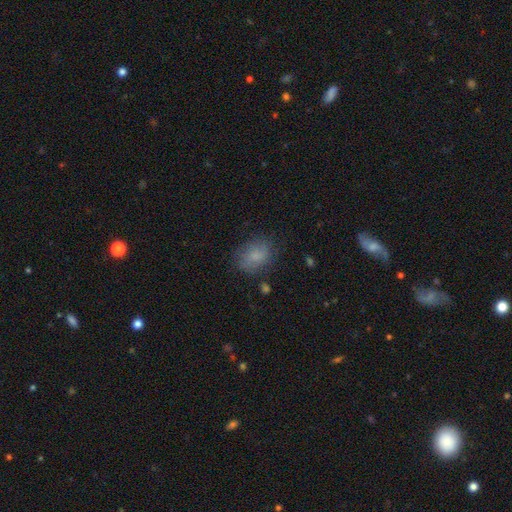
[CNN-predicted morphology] Q: Smooth or featured?
A: smooth (79%); runner-up: featured or disk (12%)
Q: How rounded?
A: in between (65%); runner-up: round (34%)
Q: Merging?
A: none (72%); runner-up: minor disturbance (19%)